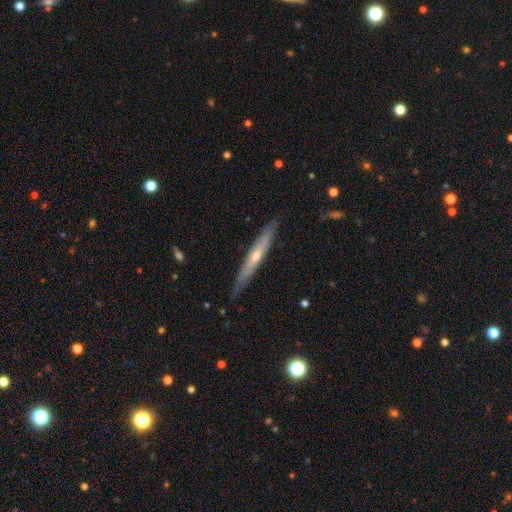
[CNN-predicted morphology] smooth_or_featured: featured or disk (p=0.62) [alt: smooth p=0.32]
disk_edge_on: yes (p=0.92) [alt: no p=0.08]
edge_on_bulge: rounded (p=0.65) [alt: none p=0.32]
merging: none (p=0.86) [alt: minor disturbance p=0.11]